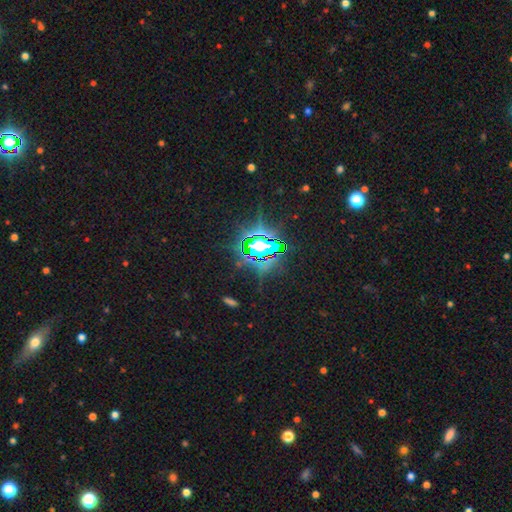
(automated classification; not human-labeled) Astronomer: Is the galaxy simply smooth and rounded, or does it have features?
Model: star or artifact — 83%.